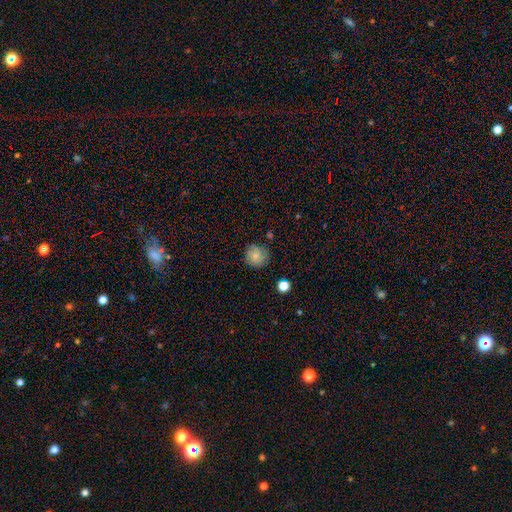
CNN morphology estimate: type=smooth (65%); roundness=round (86%); merging=none (75%).